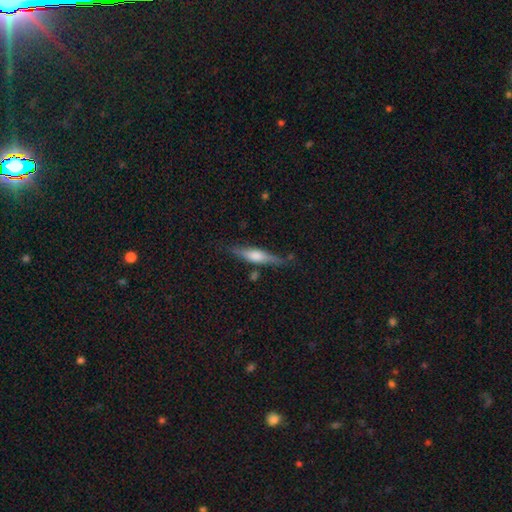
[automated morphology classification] A featured or disk galaxy (60%) viewed edge-on (95%) with a rounded central bulge (79%).

Vote fractions:
- Smooth or featured? featured or disk: 60% / smooth: 33% / star or artifact: 6%
- Edge-on disk? yes: 95% / no: 5%
- Edge-on bulge? rounded: 79% / boxy: 15% / none: 6%
- Merging? none: 79% / minor disturbance: 14% / merger: 3% / major disturbance: 3%